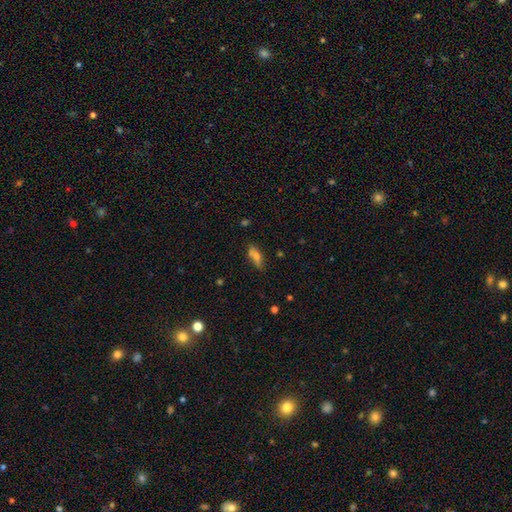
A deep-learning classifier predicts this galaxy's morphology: This is likely a smooth galaxy (65%). How rounded: likely in between (65%). Merging: likely none (63%).